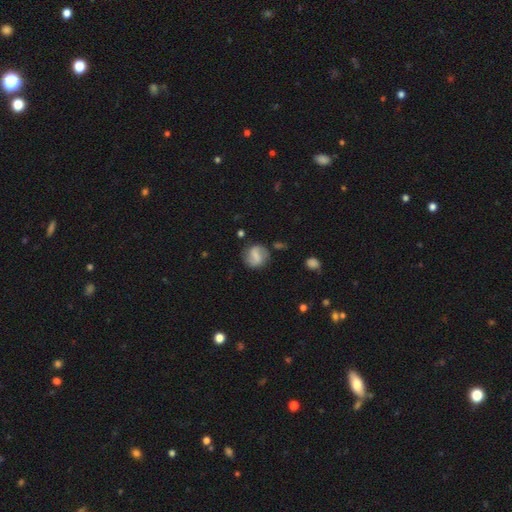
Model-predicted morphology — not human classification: This appears to be a featured or disk galaxy (48%). Merging: none (74%).